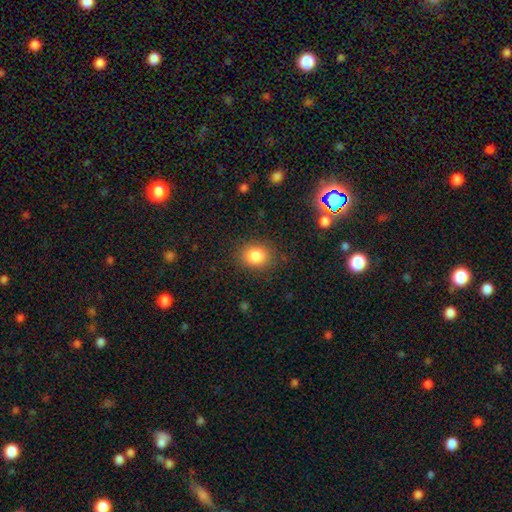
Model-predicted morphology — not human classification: smooth-or-featured: smooth: 85% | star or artifact: 10% | featured or disk: 5%
  how-rounded: round: 58% | in between: 41% | cigar-shaped: 1%
  merging: none: 85% | minor disturbance: 10% | major disturbance: 4% | merger: 1%